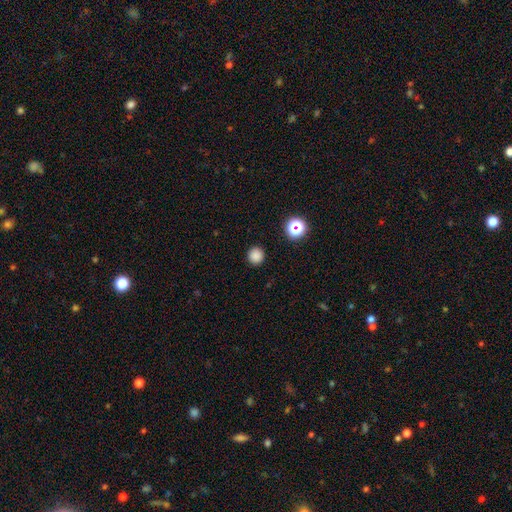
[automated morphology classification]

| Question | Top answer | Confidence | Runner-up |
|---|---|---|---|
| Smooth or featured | smooth | 83% | star or artifact (14%) |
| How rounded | round | 95% | in between (4%) |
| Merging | none | 92% | minor disturbance (5%) |